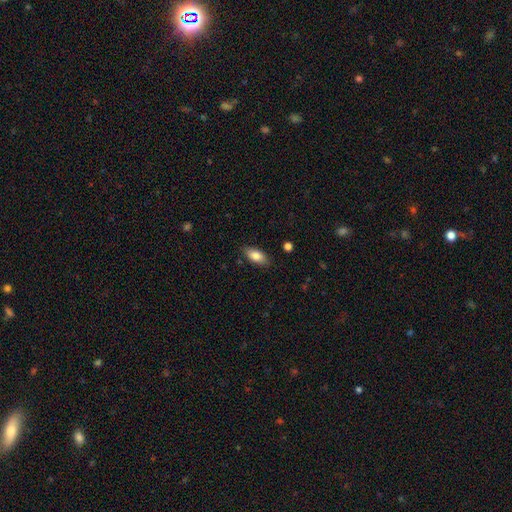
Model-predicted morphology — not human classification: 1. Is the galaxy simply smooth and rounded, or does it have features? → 82% smooth, 11% featured or disk, 7% star or artifact.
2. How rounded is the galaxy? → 87% in between, 10% cigar-shaped, 3% round.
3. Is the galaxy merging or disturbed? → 85% none, 11% minor disturbance, 2% major disturbance, 1% merger.